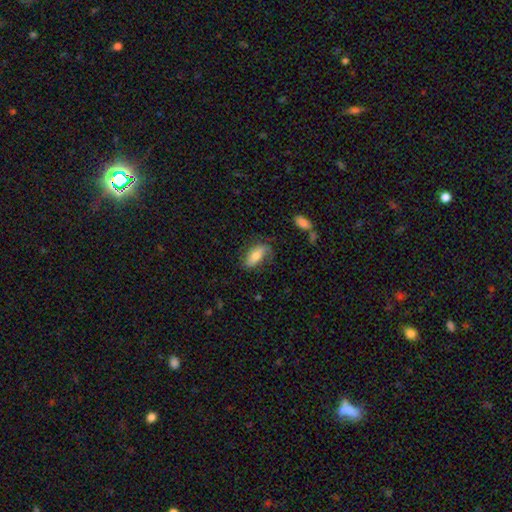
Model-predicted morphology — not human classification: Smooth or featured? Predicted: smooth (p=0.69). How rounded? Predicted: in between (p=0.82). Merging? Predicted: none (p=0.64).